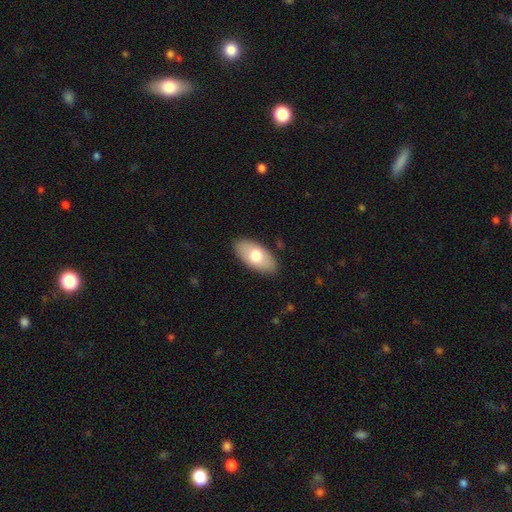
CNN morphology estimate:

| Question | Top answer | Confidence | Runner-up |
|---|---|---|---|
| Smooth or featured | smooth | 71% | featured or disk (23%) |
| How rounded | in between | 94% | cigar-shaped (3%) |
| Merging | none | 87% | minor disturbance (10%) |